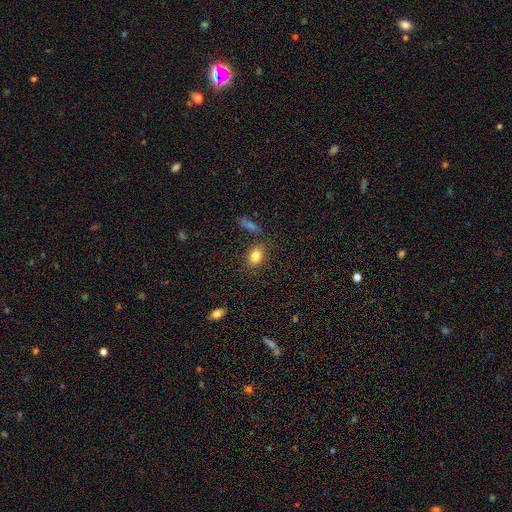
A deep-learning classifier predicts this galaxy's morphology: This appears to be a smooth galaxy with no disk features (83%) that is in between round and cigar-shaped (81%). Merging: none (79%).